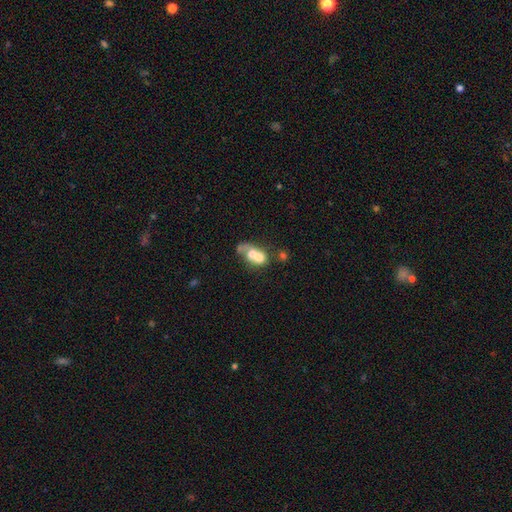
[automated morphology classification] Overall: smooth (58%; featured or disk 32%). How rounded: in between (56%; round 42%). Merging: merger (70%).